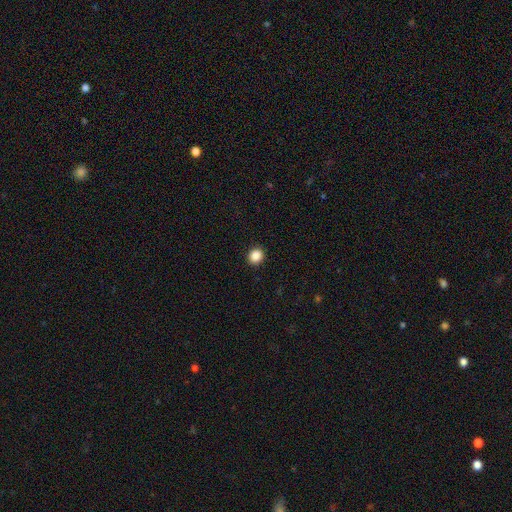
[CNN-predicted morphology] smooth 88%, star or artifact 9%, featured or disk 3%. Down the decision tree: how rounded — round (75%); merging — none (92%).